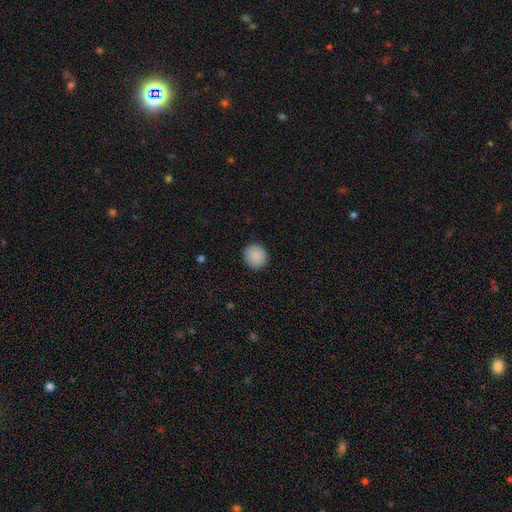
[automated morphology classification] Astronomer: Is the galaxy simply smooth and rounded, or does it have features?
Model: smooth — 89%.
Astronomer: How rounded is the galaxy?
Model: round — 92%.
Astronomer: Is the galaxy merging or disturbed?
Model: none — 91%.